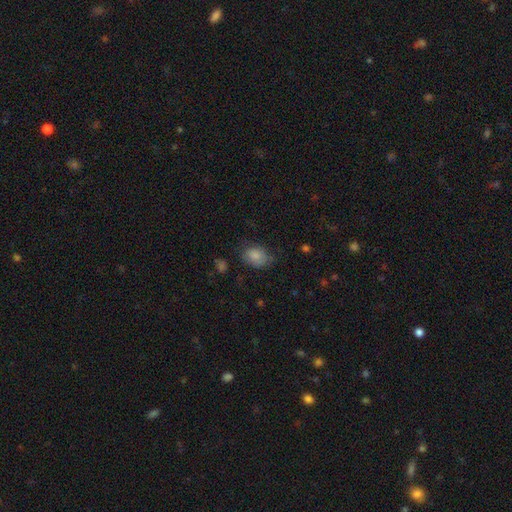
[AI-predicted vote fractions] smooth_or_featured: smooth (p=0.83) [alt: featured or disk p=0.09]
how_rounded: in between (p=0.65) [alt: round p=0.34]
merging: none (p=0.62) [alt: minor disturbance p=0.28]